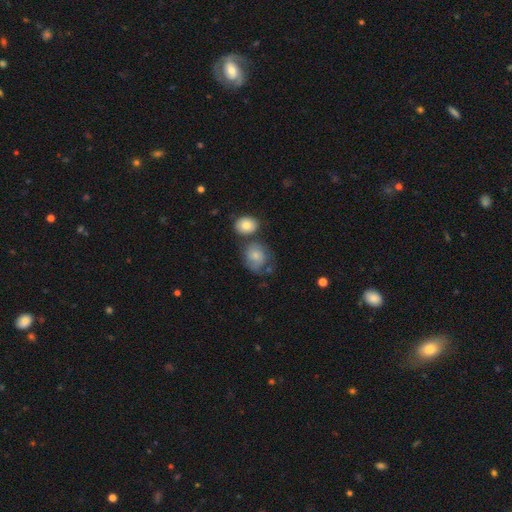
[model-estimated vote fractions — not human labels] Overall: smooth (64%; featured or disk 28%). How rounded: round (68%; in between 31%). Merging: none (48%; minor disturbance 23%).